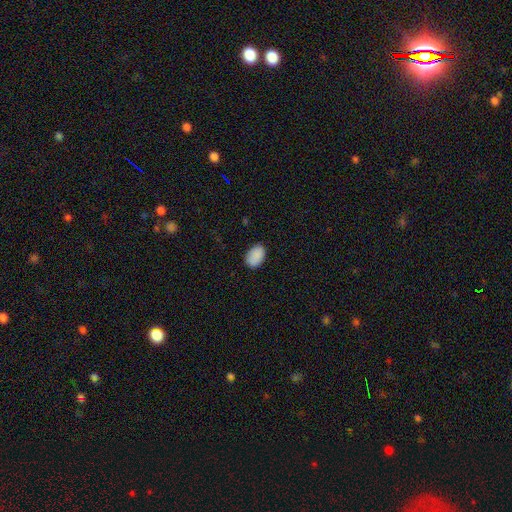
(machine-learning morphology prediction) Smooth or featured? Predicted: smooth (p=0.89). How rounded? Predicted: in between (p=0.87). Merging? Predicted: none (p=0.84).